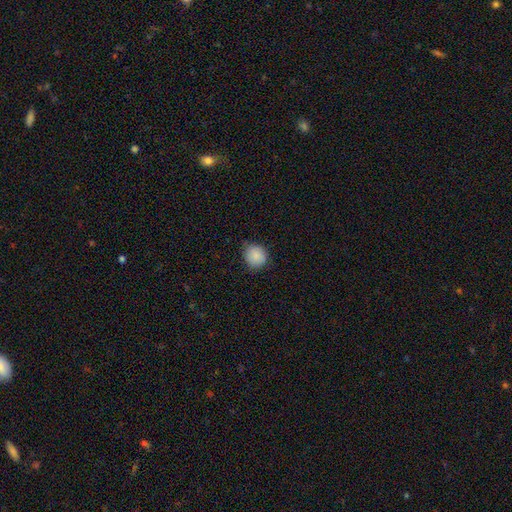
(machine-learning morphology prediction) This is clearly a smooth galaxy (88%). How rounded: clearly round (84%). Merging: likely none (78%).